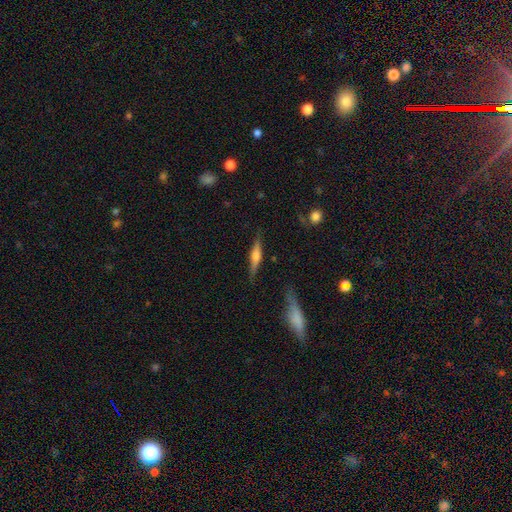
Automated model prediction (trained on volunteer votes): featured or disk 57%, smooth 36%, star or artifact 7%. Down the decision tree: edge-on disk — yes (96%); edge-on bulge — rounded (75%); merging — none (83%).